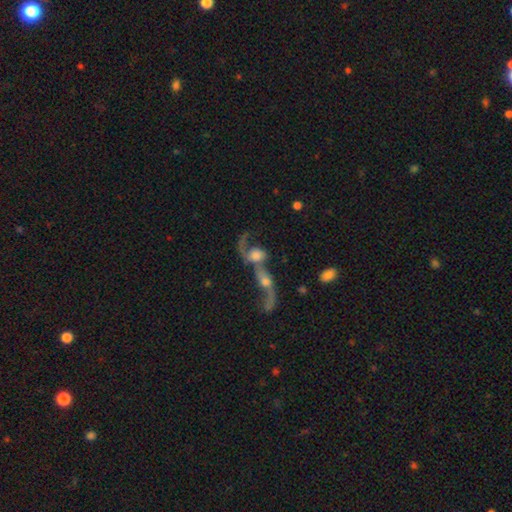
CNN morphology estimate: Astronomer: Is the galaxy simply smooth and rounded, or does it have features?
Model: featured or disk — 59%.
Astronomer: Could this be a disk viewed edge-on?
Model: no — 92%.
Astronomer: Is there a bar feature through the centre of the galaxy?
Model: no — 71%.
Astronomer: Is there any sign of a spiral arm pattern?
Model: yes — 74%.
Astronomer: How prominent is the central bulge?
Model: moderate — 40% (runner-up: large, 27%).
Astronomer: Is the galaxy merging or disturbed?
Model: merger — 77%.